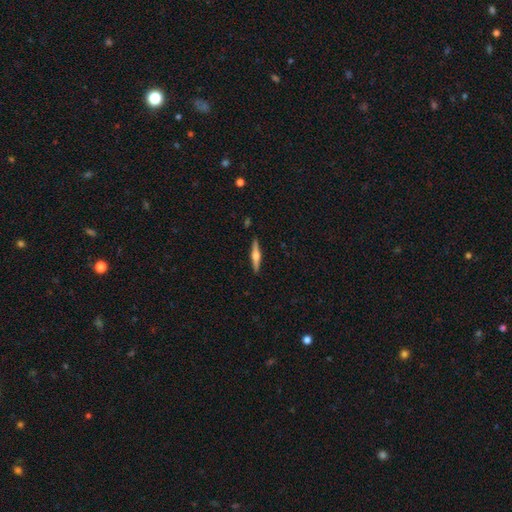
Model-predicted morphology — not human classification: A featured or disk galaxy (71%) viewed edge-on (98%) with a rounded central bulge (92%).

Vote fractions:
- Smooth or featured? featured or disk: 71% / smooth: 24% / star or artifact: 5%
- Edge-on disk? yes: 98% / no: 2%
- Edge-on bulge? rounded: 92% / boxy: 5% / none: 2%
- Merging? none: 91% / minor disturbance: 6% / major disturbance: 1% / merger: 1%